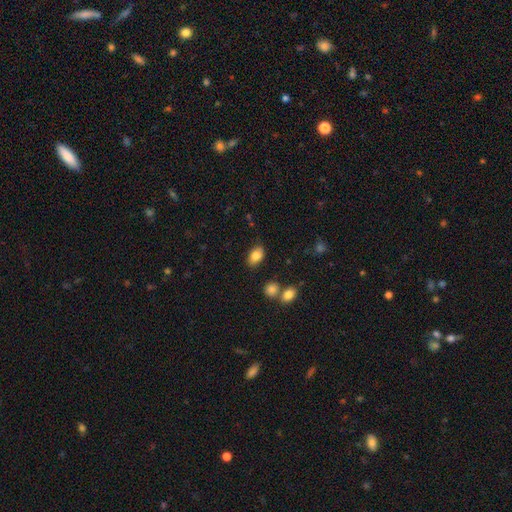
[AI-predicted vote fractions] This is clearly a smooth galaxy (83%). How rounded: clearly in between (89%). Merging: clearly none (81%).